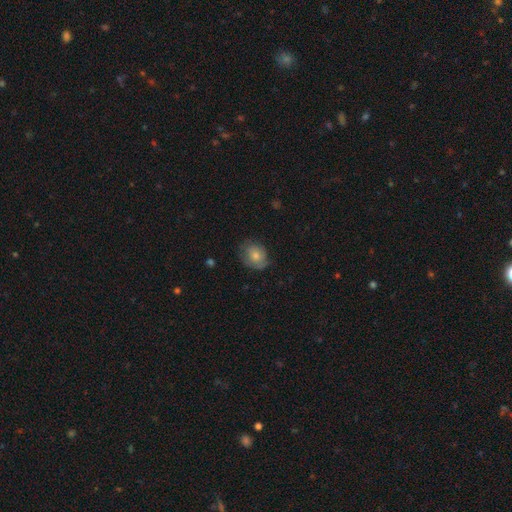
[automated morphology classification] smooth 71%, featured or disk 22%, star or artifact 8%. Down the decision tree: how rounded — round (52%); merging — none (63%).